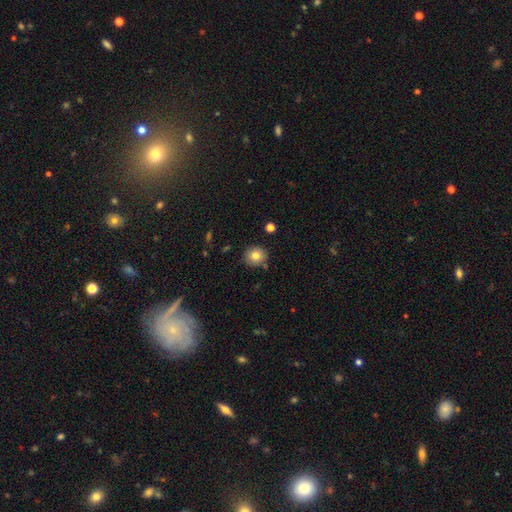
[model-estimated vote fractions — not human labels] This is likely a smooth galaxy (79%). How rounded: clearly round (85%). Merging: clearly none (83%).